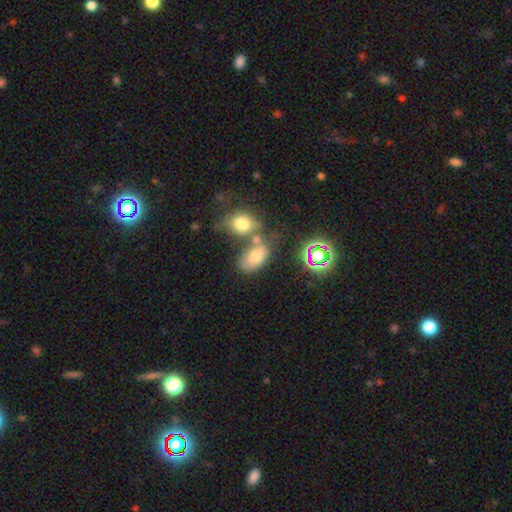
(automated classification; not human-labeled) Smooth or featured?
  - smooth: 66% *
  - star or artifact: 18%
  - featured or disk: 16%
How rounded?
  - in between: 86% *
  - round: 12%
  - cigar-shaped: 2%
Merging?
  - none: 41% *
  - merger: 37%
  - minor disturbance: 15%
  - major disturbance: 8%